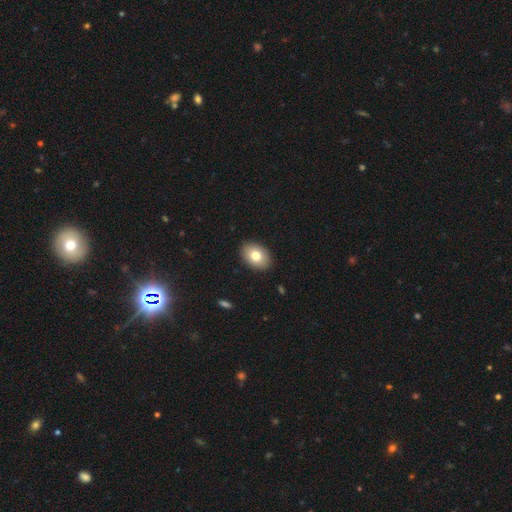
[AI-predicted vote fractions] Overall: smooth (79%). How rounded: in between (79%). Merging: none (90%).